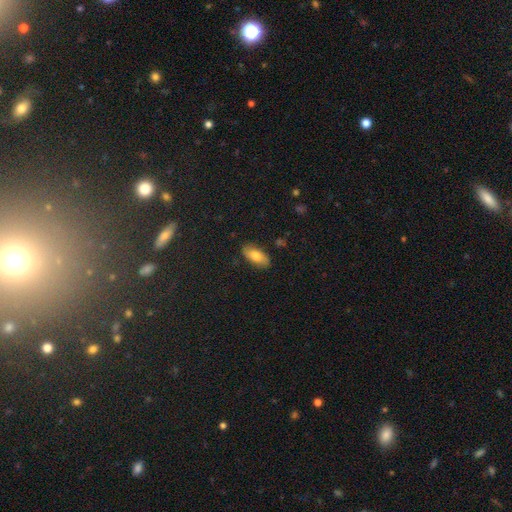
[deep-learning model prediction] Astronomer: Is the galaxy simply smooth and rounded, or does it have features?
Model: smooth — 77%.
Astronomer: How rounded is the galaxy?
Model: in between — 88%.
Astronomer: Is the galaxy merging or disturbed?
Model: none — 84%.